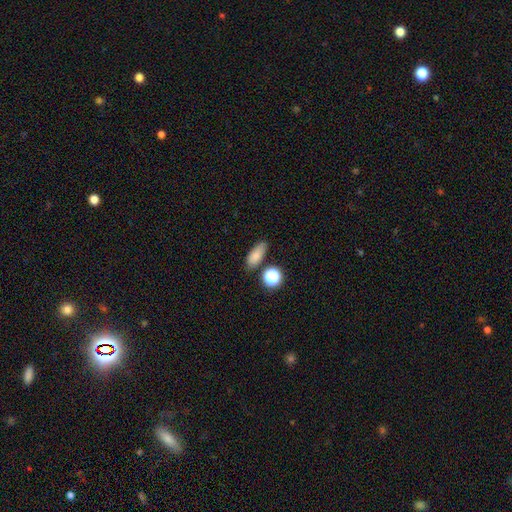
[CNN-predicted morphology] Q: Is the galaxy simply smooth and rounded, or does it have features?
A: smooth — 80%.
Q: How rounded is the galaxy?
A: in between — 74%.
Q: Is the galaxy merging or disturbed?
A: none — 74%.